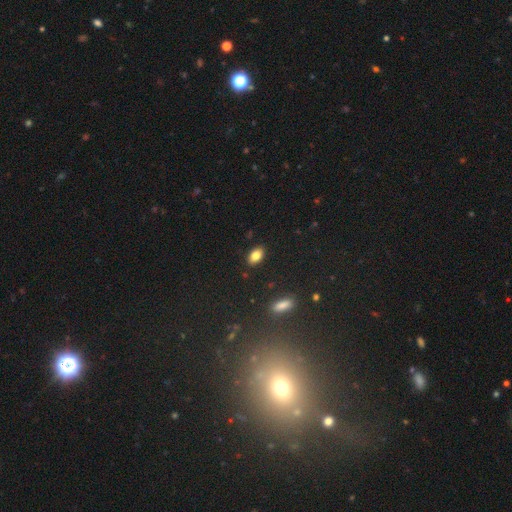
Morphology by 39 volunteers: smooth 90%, featured or disk 8%, star or artifact 3%. Down the decision tree: how rounded — in between (83%); merging — none (84%).